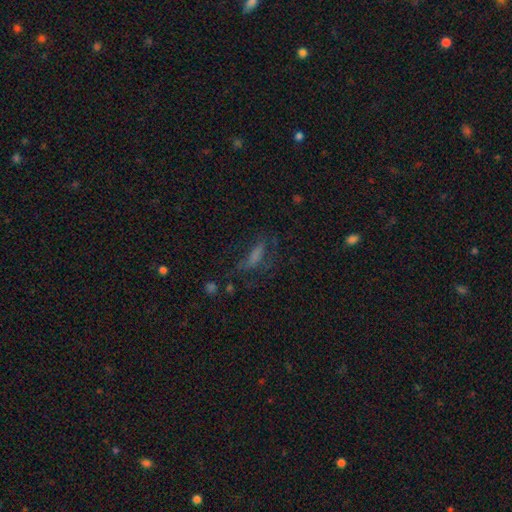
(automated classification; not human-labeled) Smooth or featured? smooth (52%)
How rounded? cigar-shaped (54%)
Merging? none (46%)